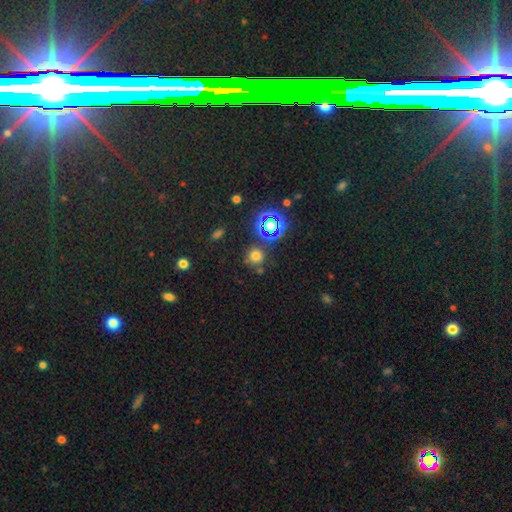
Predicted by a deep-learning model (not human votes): smooth_or_featured: smooth (p=0.64) [alt: star or artifact p=0.29]
how_rounded: round (p=0.90) [alt: in between p=0.09]
merging: none (p=0.76) [alt: minor disturbance p=0.11]